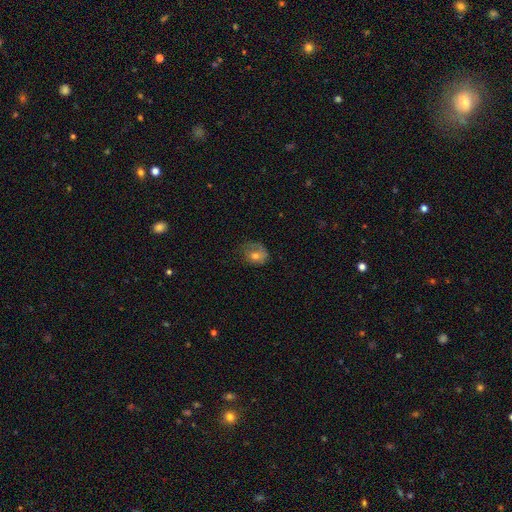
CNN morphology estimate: This appears to be a smooth galaxy with no disk features (56%) that is in between round and cigar-shaped (50%). Merging: none (50%).